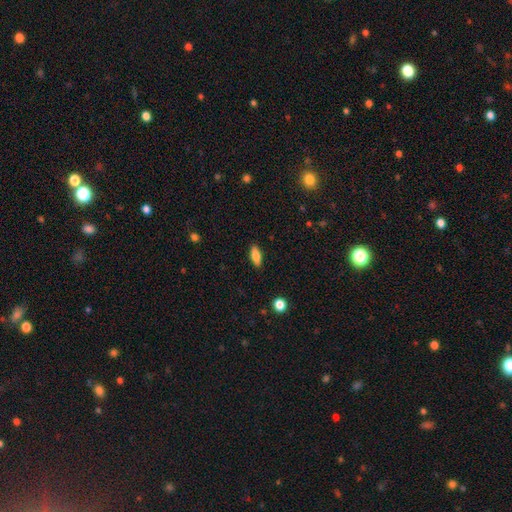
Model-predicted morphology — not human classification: This appears to be a smooth galaxy with no disk features (82%) that is in between round and cigar-shaped (75%). Merging: none (89%).